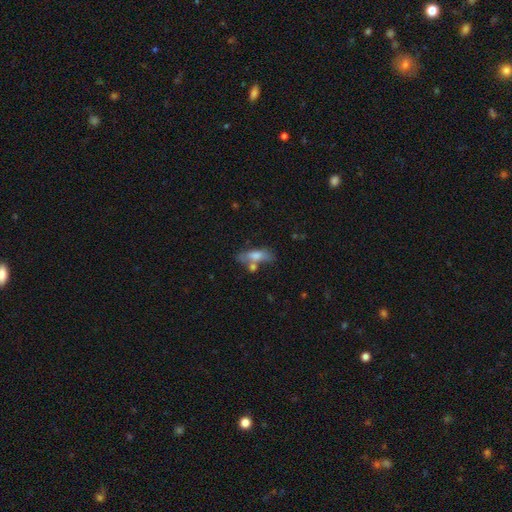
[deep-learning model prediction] Smooth or featured? smooth (66%)
How rounded? in between (64%)
Merging? none (49%)